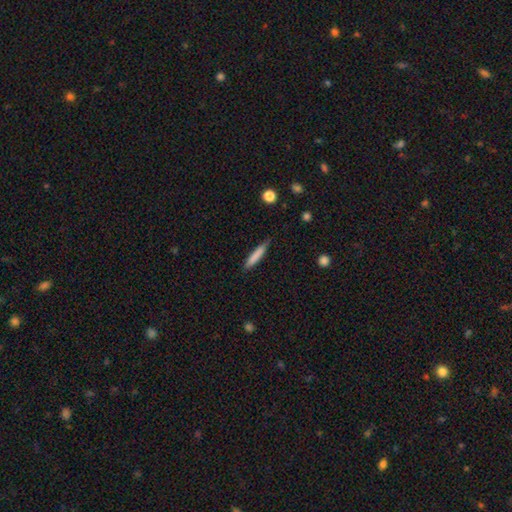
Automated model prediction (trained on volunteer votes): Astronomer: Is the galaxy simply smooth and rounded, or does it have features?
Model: smooth — 80%.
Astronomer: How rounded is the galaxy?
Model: cigar-shaped — 91%.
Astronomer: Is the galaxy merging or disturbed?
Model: none — 81%.